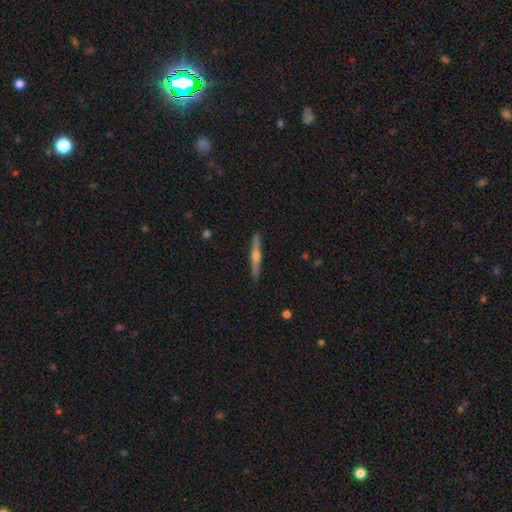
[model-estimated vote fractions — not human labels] A featured or disk galaxy (72%) viewed edge-on (98%) with a rounded central bulge (88%).

Vote fractions:
- Smooth or featured? featured or disk: 72% / smooth: 23% / star or artifact: 6%
- Edge-on disk? yes: 98% / no: 2%
- Edge-on bulge? rounded: 88% / none: 8% / boxy: 4%
- Merging? none: 91% / minor disturbance: 6% / major disturbance: 1% / merger: 1%